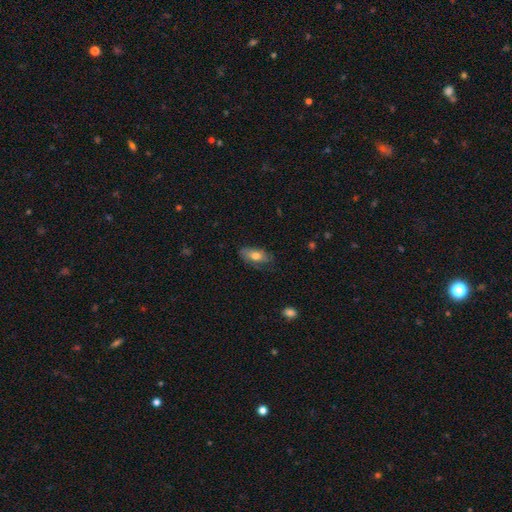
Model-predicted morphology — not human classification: This is likely a smooth galaxy (69%). How rounded: clearly in between (80%). Merging: likely none (72%).